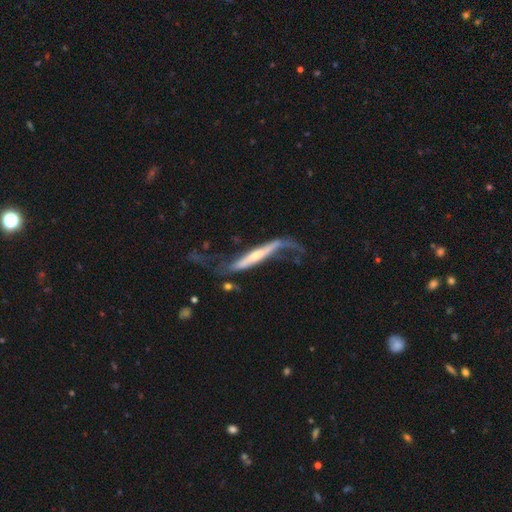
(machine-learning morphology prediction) Smooth or featured? featured or disk (72%)
Edge-on disk? yes (69%)
Merging? major disturbance (43%)